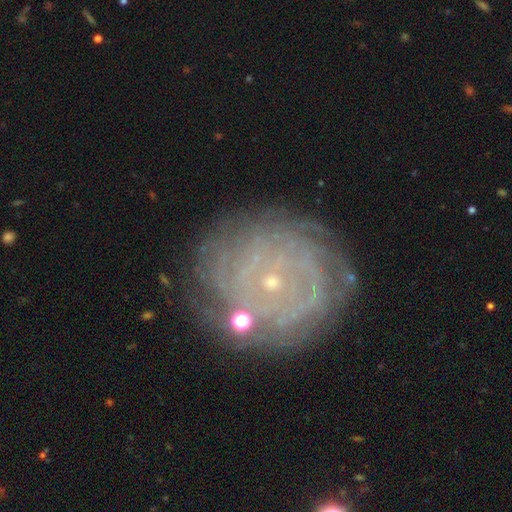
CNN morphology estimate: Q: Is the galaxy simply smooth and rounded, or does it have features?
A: featured or disk — 81%.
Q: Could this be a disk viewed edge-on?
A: no — 97%.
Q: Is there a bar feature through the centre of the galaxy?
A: no — 76%.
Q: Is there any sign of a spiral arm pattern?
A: yes — 93%.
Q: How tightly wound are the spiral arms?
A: tight — 84%.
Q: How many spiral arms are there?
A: can't tell — 38%.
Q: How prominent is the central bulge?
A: small — 88%.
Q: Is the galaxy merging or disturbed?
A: none — 77%.